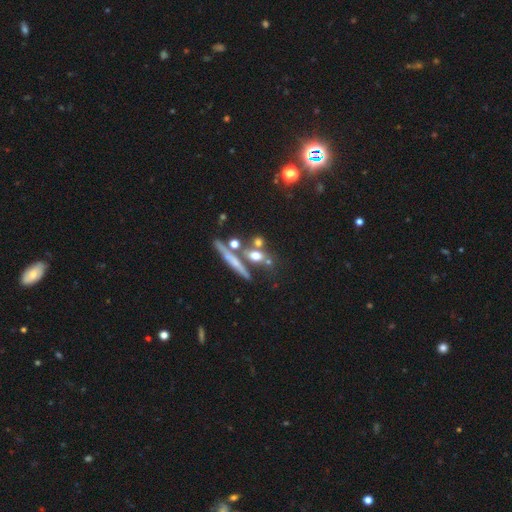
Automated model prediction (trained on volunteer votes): A smooth galaxy with no disk features (54%) that is round (46%). Merging: none (56%).